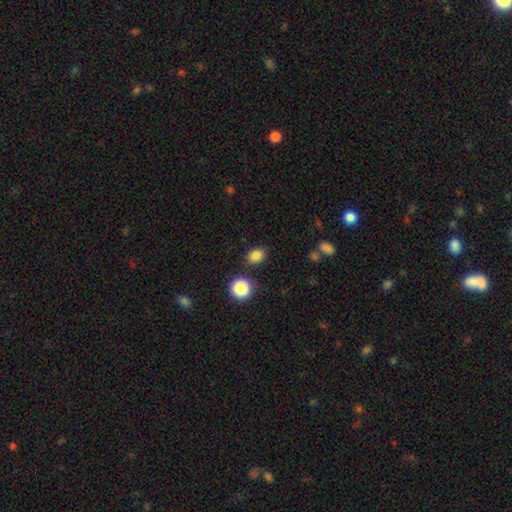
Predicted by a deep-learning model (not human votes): Q: Smooth or featured?
A: smooth (83%); runner-up: star or artifact (13%)
Q: How rounded?
A: in between (58%); runner-up: round (41%)
Q: Merging?
A: none (84%); runner-up: minor disturbance (10%)